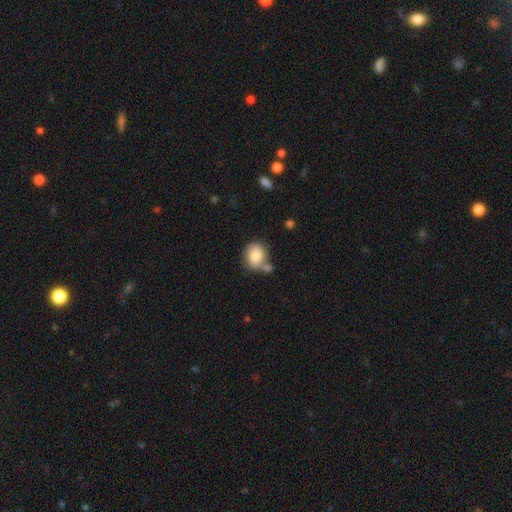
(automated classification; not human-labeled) A smooth galaxy with no disk features (81%) that is round (56%). Merging: none (50%).